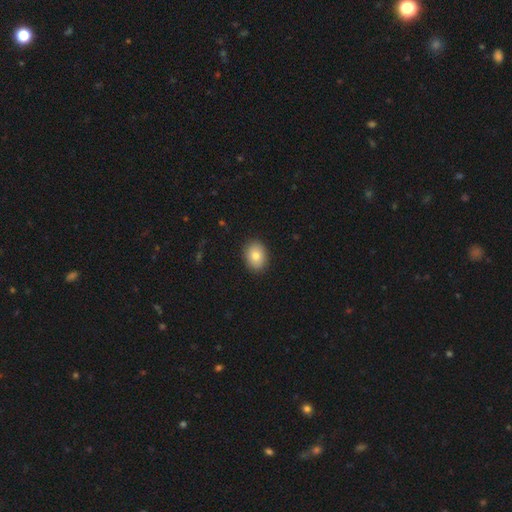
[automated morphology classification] The model was most divided on "how rounded": in between: 64%, round: 35%, cigar-shaped: 1%. More confident: merging — none (90%); smooth or featured — smooth (83%).